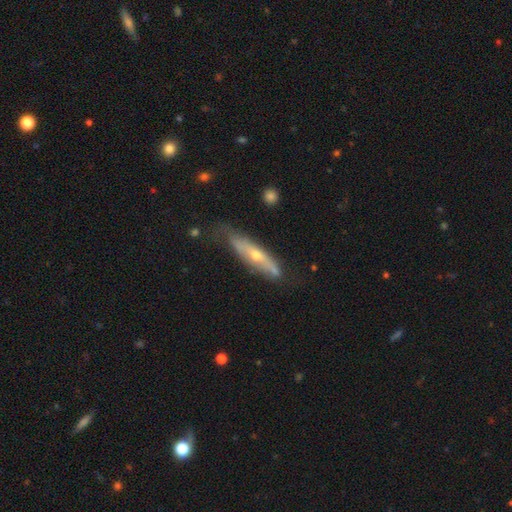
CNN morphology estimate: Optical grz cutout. It shows a featured or disk galaxy (60%) viewed edge-on (67%). Merging: none (62%).